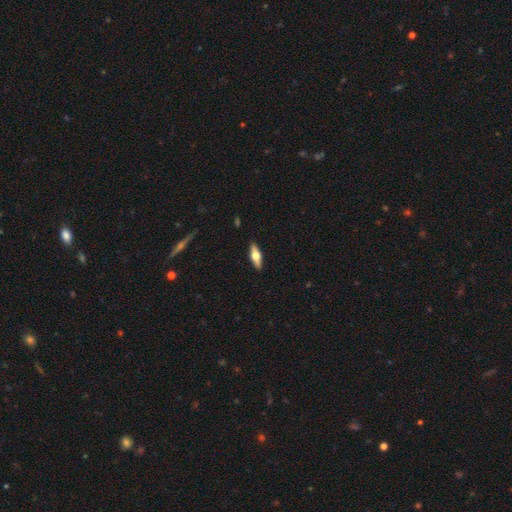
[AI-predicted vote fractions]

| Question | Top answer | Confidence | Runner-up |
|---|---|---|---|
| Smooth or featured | featured or disk | 51% | smooth (44%) |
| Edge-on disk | yes | 92% | no (8%) |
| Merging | none | 90% | minor disturbance (7%) |